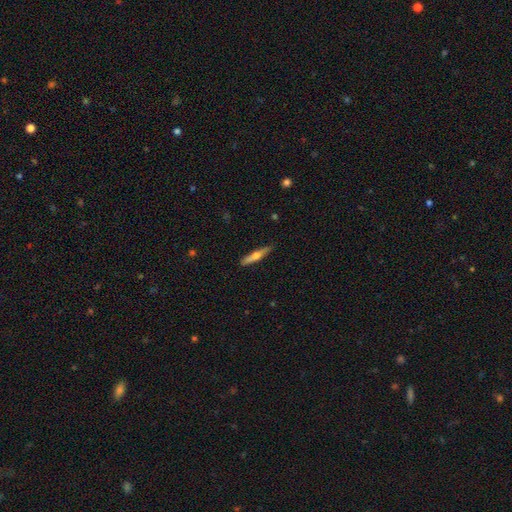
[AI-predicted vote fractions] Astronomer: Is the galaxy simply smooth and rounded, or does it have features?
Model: featured or disk — 52% (runner-up: smooth, 42%).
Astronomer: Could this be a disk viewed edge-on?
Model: yes — 95%.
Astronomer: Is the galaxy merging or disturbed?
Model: none — 89%.